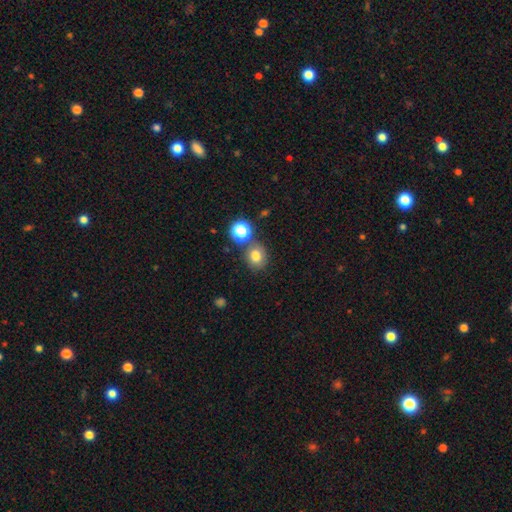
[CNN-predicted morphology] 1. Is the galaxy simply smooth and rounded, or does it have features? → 77% smooth, 15% star or artifact, 9% featured or disk.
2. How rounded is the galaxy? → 71% round, 28% in between, 1% cigar-shaped.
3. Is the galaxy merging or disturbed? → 71% none, 13% merger, 11% minor disturbance, 4% major disturbance.